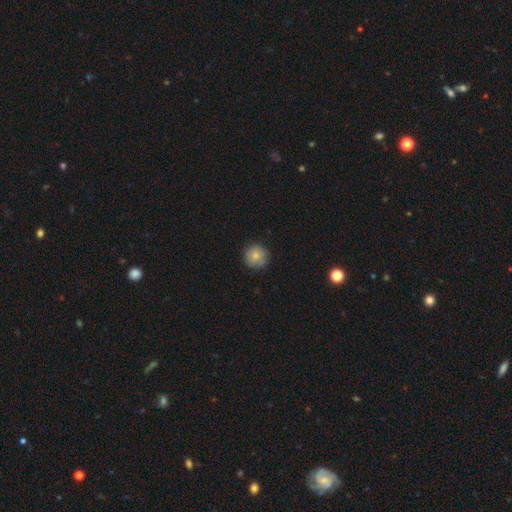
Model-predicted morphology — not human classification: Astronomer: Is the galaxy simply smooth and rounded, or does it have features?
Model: smooth — 80%.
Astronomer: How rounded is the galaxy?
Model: round — 93%.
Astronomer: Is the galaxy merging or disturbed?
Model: none — 81%.